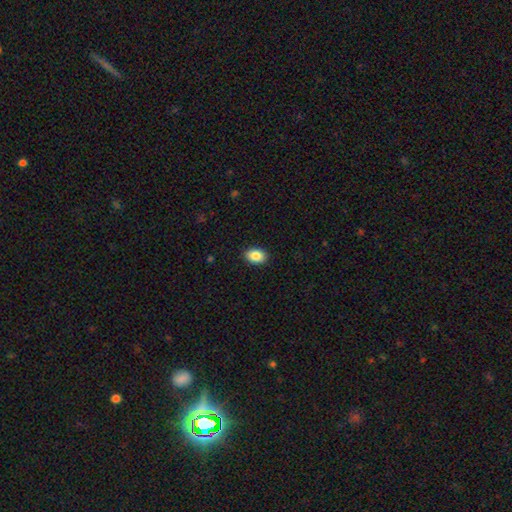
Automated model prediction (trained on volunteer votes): This appears to be a smooth galaxy with no disk features (87%) that is in between round and cigar-shaped (78%). Merging: none (90%).